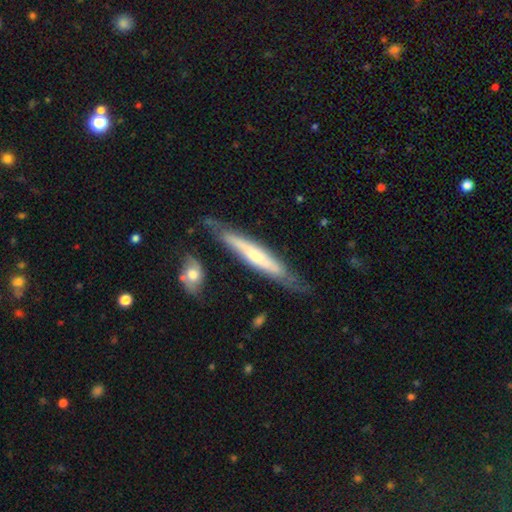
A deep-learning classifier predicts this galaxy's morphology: The model was most divided on "smooth or featured": featured or disk: 57%, smooth: 38%, star or artifact: 5%. More confident: edge-on disk — yes (79%); merging — none (69%).